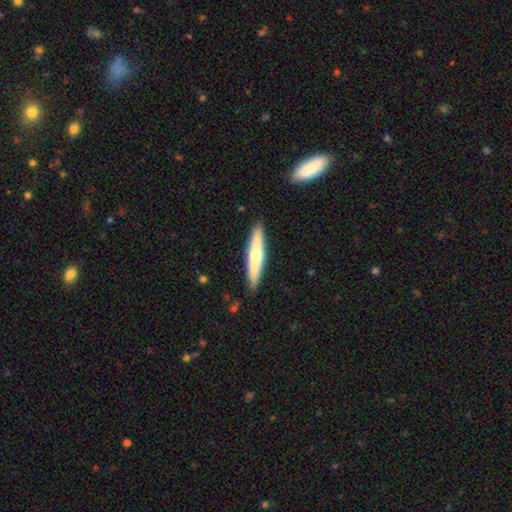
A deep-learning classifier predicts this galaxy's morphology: smooth-or-featured: smooth: 52% | featured or disk: 43% | star or artifact: 5%
  how-rounded: cigar-shaped: 85% | in between: 14% | round: 1%
  merging: none: 89% | minor disturbance: 8% | major disturbance: 2% | merger: 1%